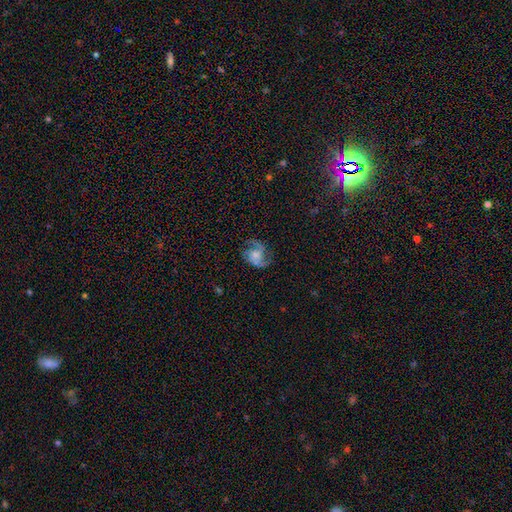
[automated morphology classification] A featured or disk galaxy (74%) with no bar (68%), 2 (79%) medium (51%) spiral arms (93%) and a moderate central bulge (39%). Merging: none (66%).